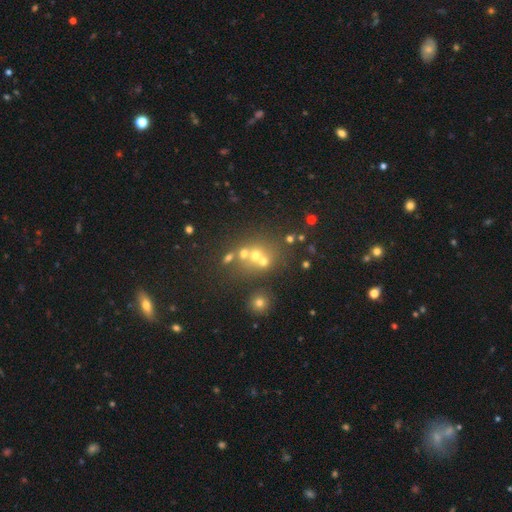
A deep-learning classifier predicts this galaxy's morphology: Smooth or featured? smooth (46%)
Merging? none (45%)